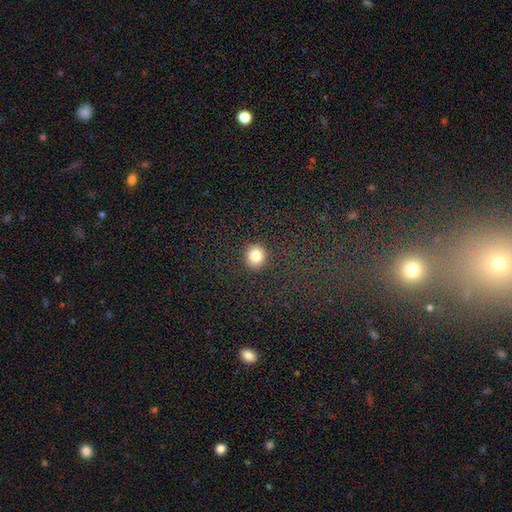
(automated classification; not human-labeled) A smooth galaxy with no disk features (83%) that is round (85%). Merging: none (88%).